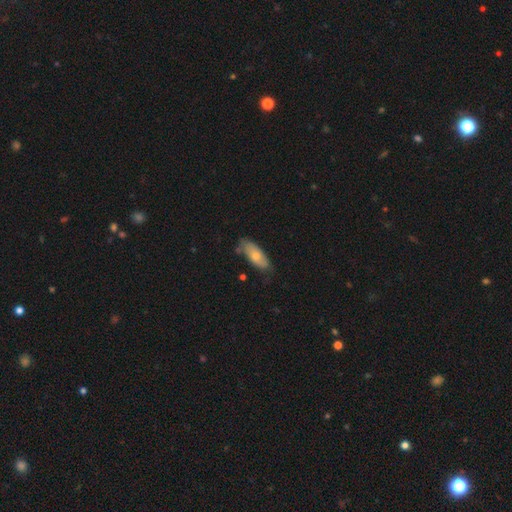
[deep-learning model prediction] Smooth or featured?
  - smooth: 68% *
  - featured or disk: 26%
  - star or artifact: 6%
How rounded?
  - in between: 79% *
  - cigar-shaped: 18%
  - round: 2%
Merging?
  - none: 68% *
  - minor disturbance: 24%
  - major disturbance: 4%
  - merger: 3%